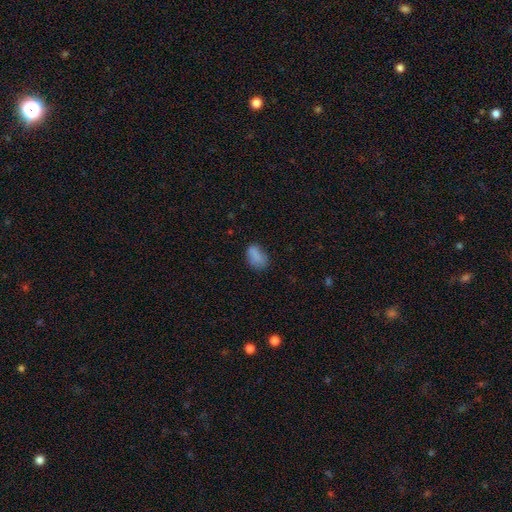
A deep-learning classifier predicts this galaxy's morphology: This is clearly a smooth galaxy (83%). How rounded: clearly in between (87%). Merging: likely none (67%).